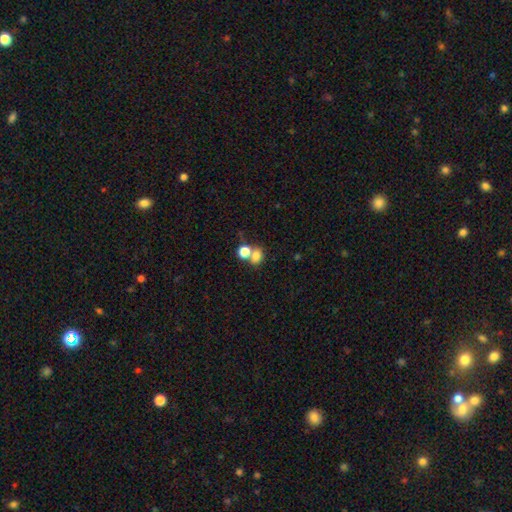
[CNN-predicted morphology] smooth 76%, star or artifact 14%, featured or disk 10%. Down the decision tree: how rounded — in between (58%); merging — none (43%).